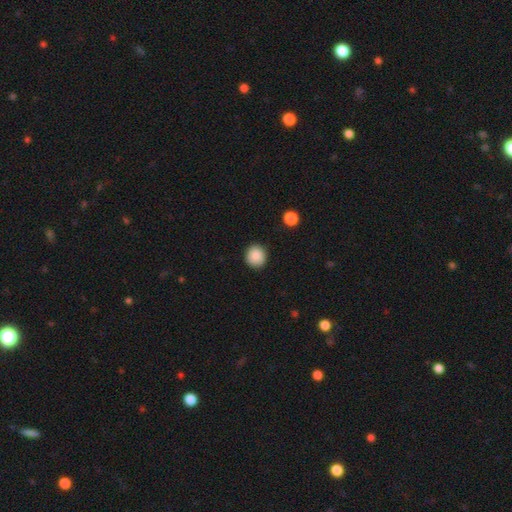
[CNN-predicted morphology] The model was most divided on "how rounded": round: 87%, in between: 12%, cigar-shaped: 1%. More confident: merging — none (90%); smooth or featured — smooth (89%).